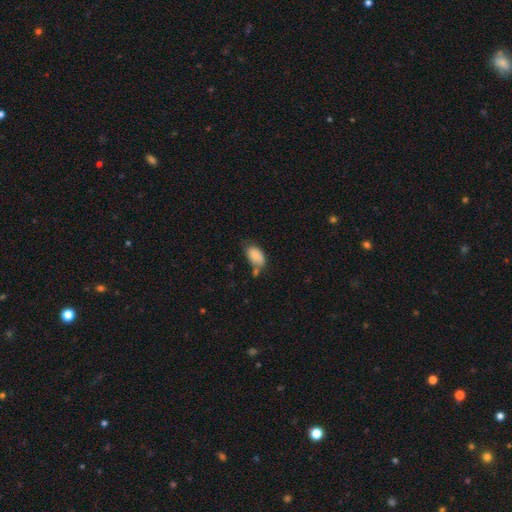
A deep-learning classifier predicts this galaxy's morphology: The model was most divided on "merging": none: 47%, minor disturbance: 29%, merger: 15%, major disturbance: 8%. More confident: how rounded — in between (93%); smooth or featured — smooth (83%).